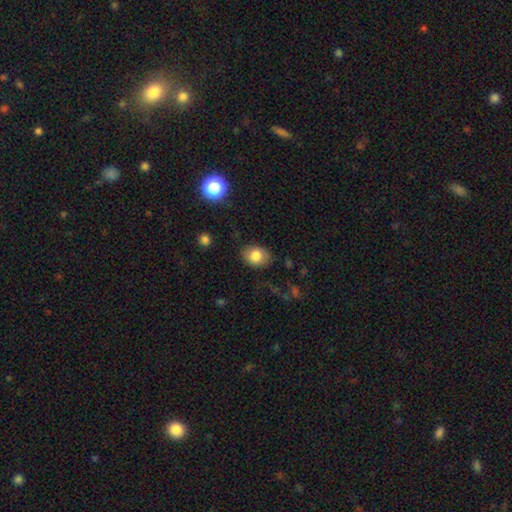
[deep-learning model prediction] A smooth galaxy with no disk features (81%) that is in between round and cigar-shaped (65%).

Vote fractions:
- Smooth or featured? smooth: 81% / featured or disk: 10% / star or artifact: 9%
- How rounded? in between: 65% / round: 34% / cigar-shaped: 1%
- Merging? none: 80% / minor disturbance: 15% / major disturbance: 4% / merger: 1%